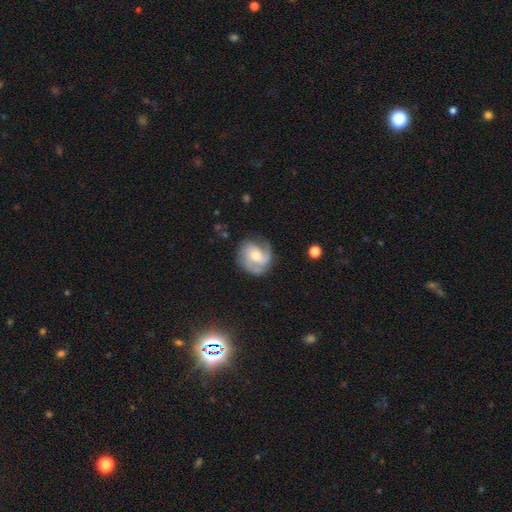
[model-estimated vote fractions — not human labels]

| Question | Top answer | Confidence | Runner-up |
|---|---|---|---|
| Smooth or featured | featured or disk | 81% | smooth (14%) |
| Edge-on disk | no | 98% | yes (2%) |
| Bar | no | 60% | weak (33%) |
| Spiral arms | yes | 96% | no (4%) |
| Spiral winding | medium | 44% | tight (42%) |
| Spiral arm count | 2 | 45% | 3 (30%) |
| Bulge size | moderate | 57% | small (37%) |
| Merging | none | 72% | minor disturbance (18%) |